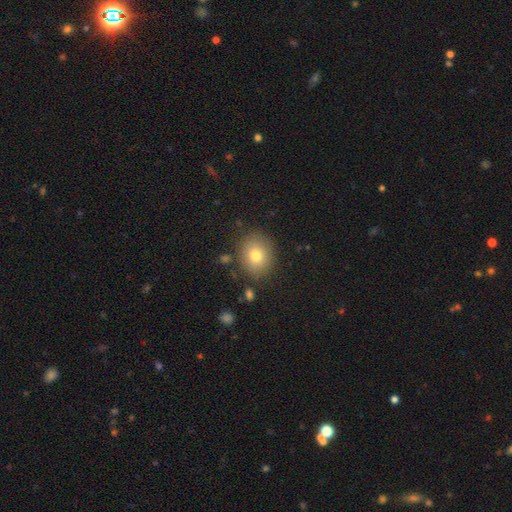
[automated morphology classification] Smooth or featured?
  - smooth: 76% *
  - featured or disk: 13%
  - star or artifact: 11%
How rounded?
  - round: 58% *
  - in between: 41%
  - cigar-shaped: 1%
Merging?
  - none: 83% *
  - minor disturbance: 11%
  - major disturbance: 4%
  - merger: 3%